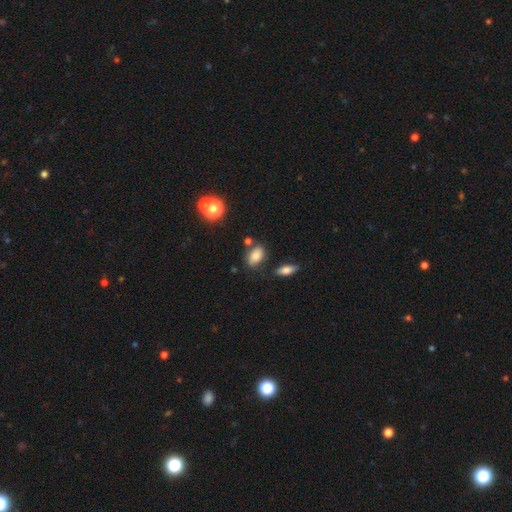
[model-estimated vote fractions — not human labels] A smooth galaxy with no disk features (75%) that is in between round and cigar-shaped (84%). Merging: none (65%).